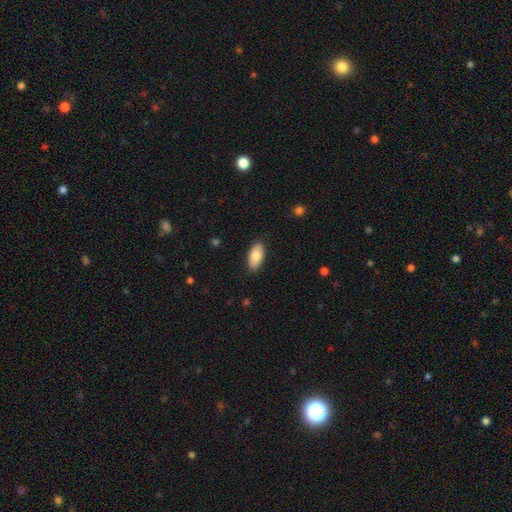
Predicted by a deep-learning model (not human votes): smooth-or-featured: smooth: 83% | featured or disk: 11% | star or artifact: 6%
  how-rounded: in between: 92% | cigar-shaped: 6% | round: 2%
  merging: none: 88% | minor disturbance: 10% | major disturbance: 2% | merger: 1%